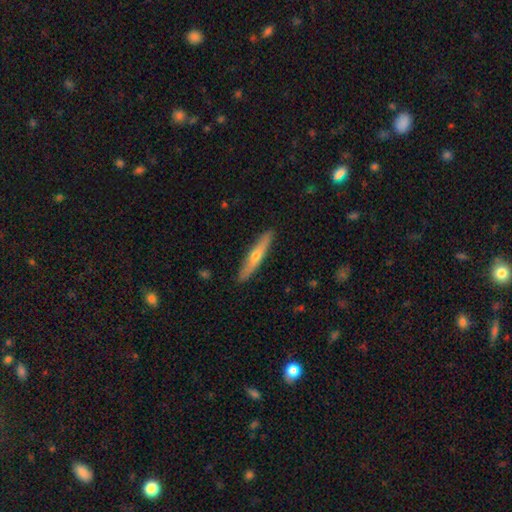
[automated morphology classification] type=featured or disk (49%); merging=none (89%).